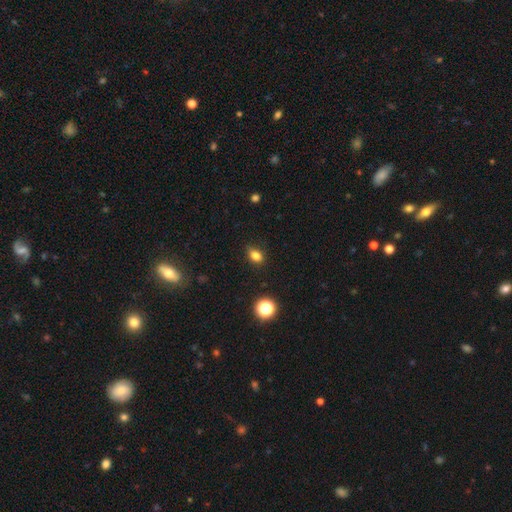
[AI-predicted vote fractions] The model was most divided on "how rounded": in between: 71%, round: 27%, cigar-shaped: 2%. More confident: merging — none (82%); smooth or featured — smooth (81%).